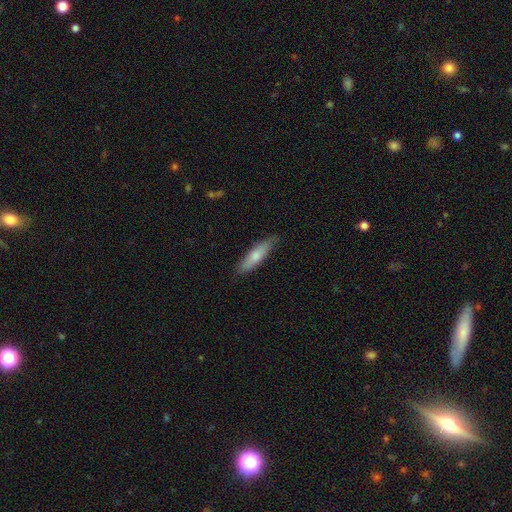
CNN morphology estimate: smooth-or-featured: smooth: 71% | featured or disk: 24% | star or artifact: 5%
  how-rounded: cigar-shaped: 74% | in between: 25% | round: 2%
  merging: none: 81% | minor disturbance: 15% | major disturbance: 2% | merger: 1%